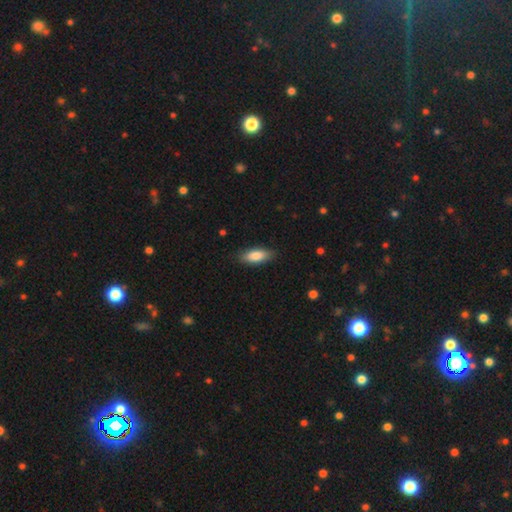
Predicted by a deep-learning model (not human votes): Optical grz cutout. It shows a smooth galaxy with no disk features (84%) that is in between round and cigar-shaped (76%). Merging: none (86%).